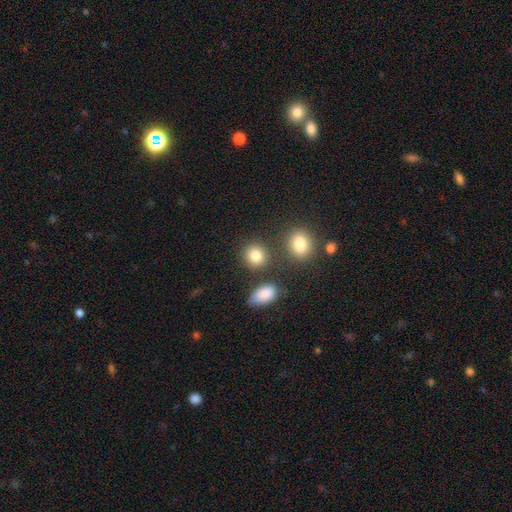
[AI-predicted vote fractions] Smooth or featured: smooth — 83% (star or artifact — 11%)
How rounded: round — 78% (in between — 21%)
Merging: none — 76% (merger — 10%)